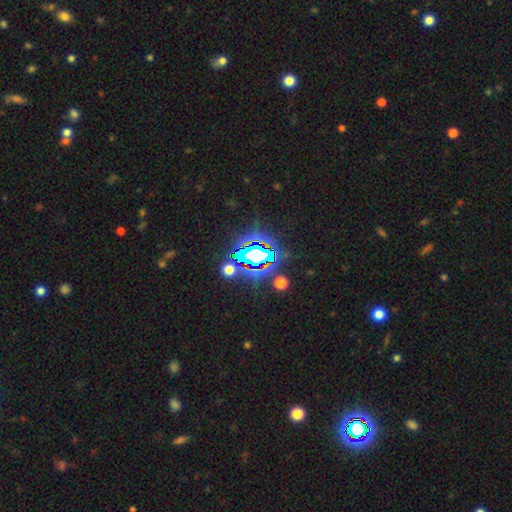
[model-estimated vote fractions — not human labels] Morphology: type=star or artifact (70%).